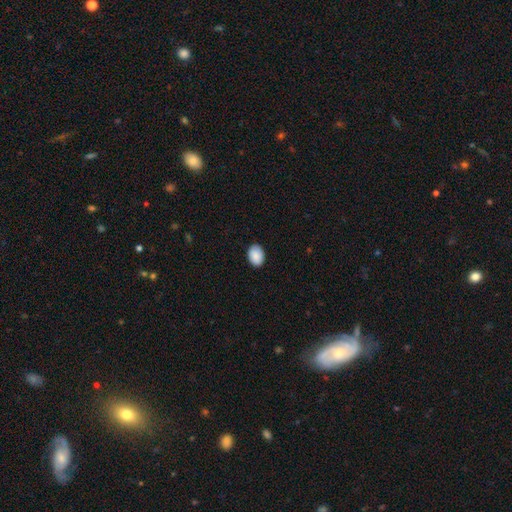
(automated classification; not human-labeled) A smooth galaxy with no disk features (90%) that is in between round and cigar-shaped (72%).

Vote fractions:
- Smooth or featured? smooth: 90% / star or artifact: 7% / featured or disk: 4%
- How rounded? in between: 72% / round: 27% / cigar-shaped: 1%
- Merging? none: 87% / minor disturbance: 10% / major disturbance: 2% / merger: 1%